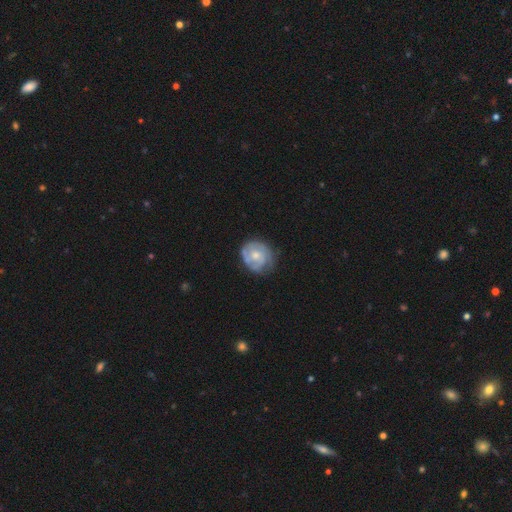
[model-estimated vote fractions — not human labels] Q: Smooth or featured?
A: featured or disk (70%); runner-up: smooth (25%)
Q: Edge-on disk?
A: no (98%); runner-up: yes (2%)
Q: Bar?
A: no (76%); runner-up: weak (21%)
Q: Spiral arms?
A: yes (85%); runner-up: no (15%)
Q: Spiral winding?
A: tight (58%); runner-up: medium (32%)
Q: Spiral arm count?
A: 2 (36%); runner-up: can't tell (31%)
Q: Bulge size?
A: moderate (52%); runner-up: small (41%)
Q: Merging?
A: none (66%); runner-up: minor disturbance (23%)